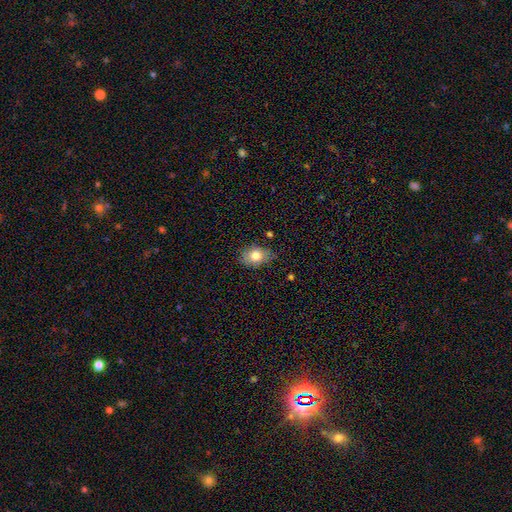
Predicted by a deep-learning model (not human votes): Smooth or featured? Predicted: smooth (p=0.79). How rounded? Predicted: in between (p=0.76). Merging? Predicted: none (p=0.76).